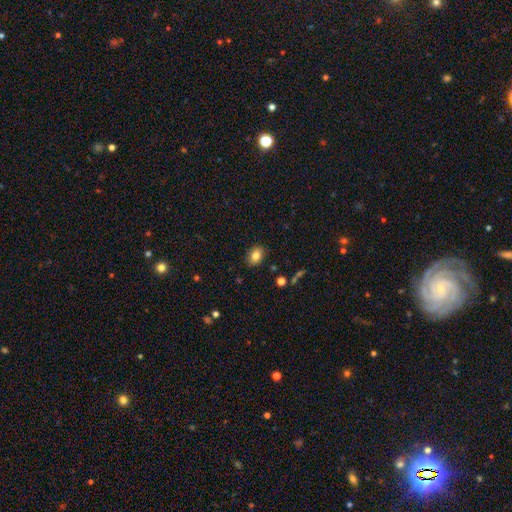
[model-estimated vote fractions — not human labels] Smooth or featured: smooth — 82% (star or artifact — 10%)
How rounded: in between — 68% (round — 31%)
Merging: none — 87% (minor disturbance — 9%)